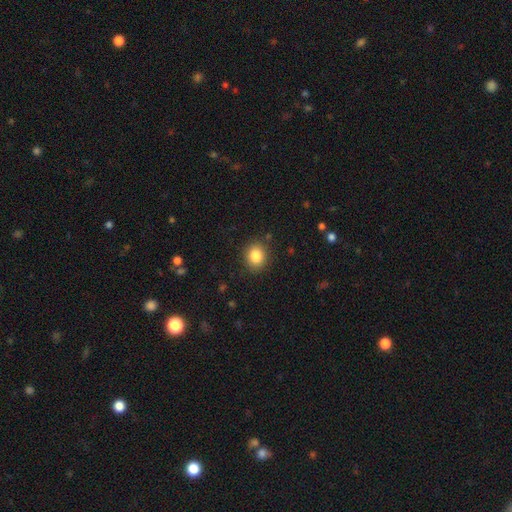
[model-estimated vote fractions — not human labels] Smooth or featured: smooth — 84% (star or artifact — 10%)
How rounded: round — 73% (in between — 26%)
Merging: none — 88% (minor disturbance — 8%)